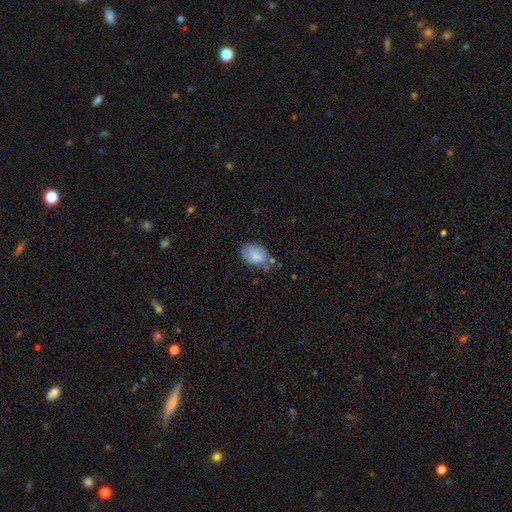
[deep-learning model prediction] Smooth or featured: smooth — 77% (featured or disk — 16%)
How rounded: in between — 83% (round — 16%)
Merging: none — 57% (minor disturbance — 29%)